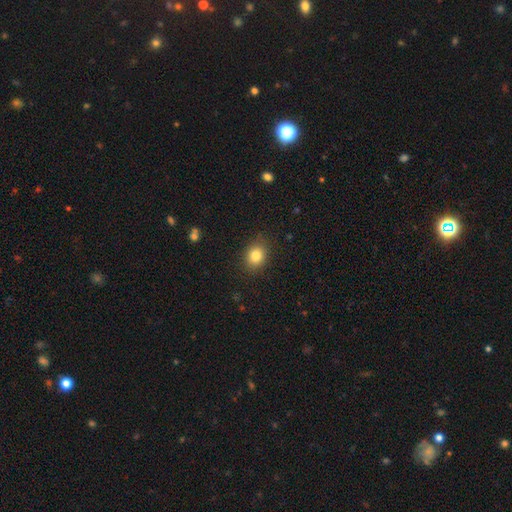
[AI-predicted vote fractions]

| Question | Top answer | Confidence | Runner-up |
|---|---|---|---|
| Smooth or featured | smooth | 82% | star or artifact (11%) |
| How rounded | round | 57% | in between (42%) |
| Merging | none | 87% | minor disturbance (10%) |